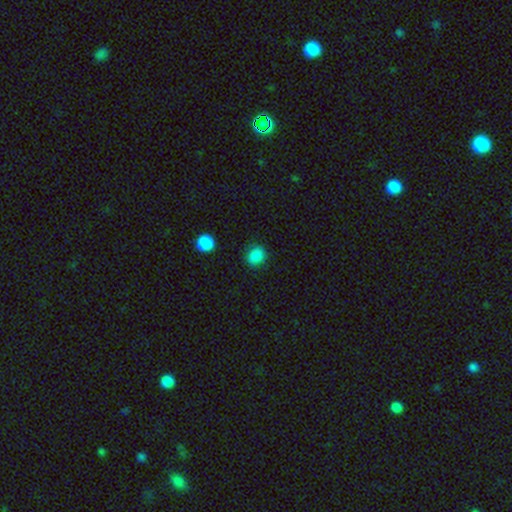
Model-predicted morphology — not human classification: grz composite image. It shows a smooth galaxy with no disk features (87%) that is round (71%). Merging: none (85%).